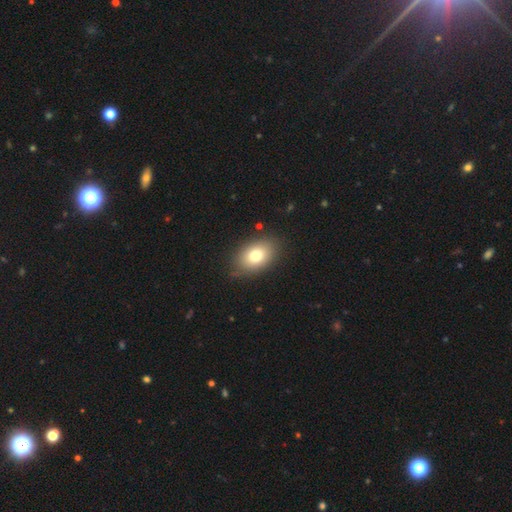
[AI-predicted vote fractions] Smooth or featured?
  - smooth: 78% *
  - featured or disk: 13%
  - star or artifact: 9%
How rounded?
  - in between: 83% *
  - round: 16%
  - cigar-shaped: 1%
Merging?
  - none: 82% *
  - minor disturbance: 13%
  - major disturbance: 3%
  - merger: 2%